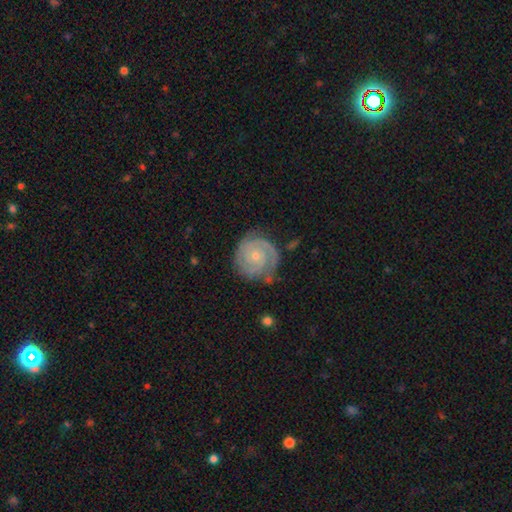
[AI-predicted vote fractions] Morphology: type=featured or disk (86%); edge-on=no (98%); bar=no (74%); spiral arms=yes (97%); winding=tight (75%); arm count=2 (57%); bulge=small (61%); merging=none (73%).